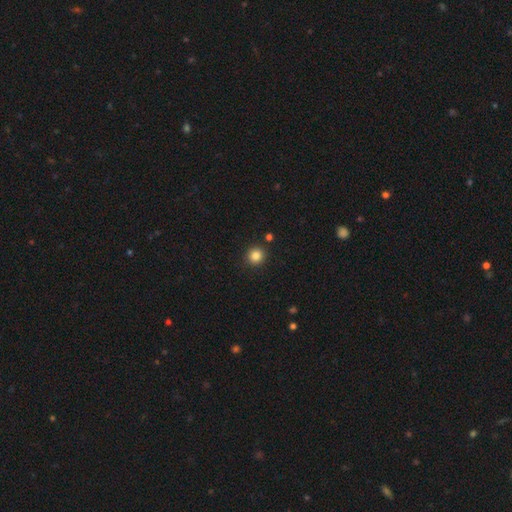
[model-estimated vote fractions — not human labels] Smooth or featured?
  - smooth: 84% *
  - star or artifact: 12%
  - featured or disk: 4%
How rounded?
  - round: 91% *
  - in between: 8%
  - cigar-shaped: 1%
Merging?
  - none: 90% *
  - minor disturbance: 6%
  - merger: 2%
  - major disturbance: 2%